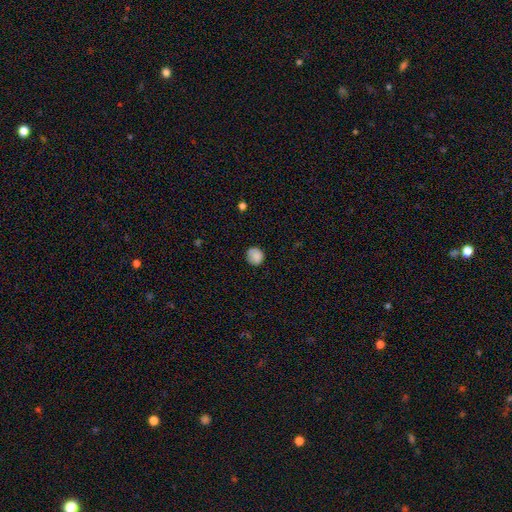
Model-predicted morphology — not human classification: Smooth or featured? Predicted: smooth (p=0.84). How rounded? Predicted: round (p=0.86). Merging? Predicted: none (p=0.74).